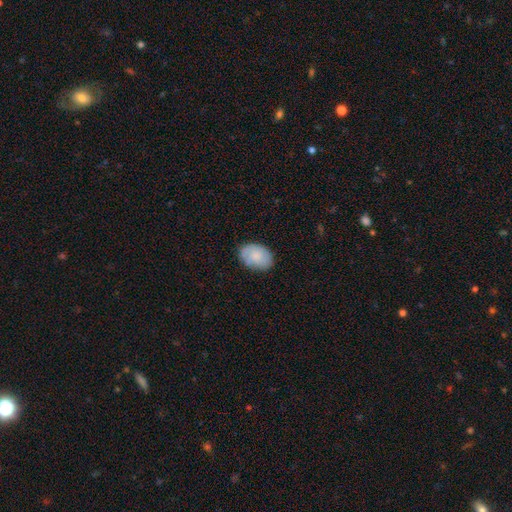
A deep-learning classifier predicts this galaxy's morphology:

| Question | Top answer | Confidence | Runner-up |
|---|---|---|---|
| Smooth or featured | smooth | 73% | featured or disk (21%) |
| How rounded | in between | 82% | round (17%) |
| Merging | none | 77% | minor disturbance (18%) |